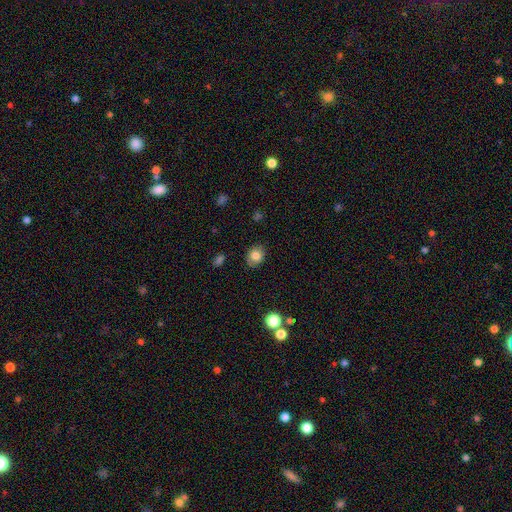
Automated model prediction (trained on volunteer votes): This appears to be a smooth galaxy with no disk features (81%) that is in between round and cigar-shaped (51%). Merging: none (85%).